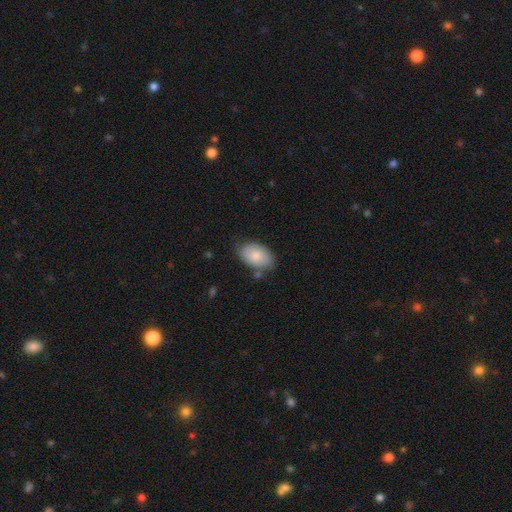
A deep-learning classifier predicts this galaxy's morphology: smooth-or-featured: smooth: 82% | featured or disk: 12% | star or artifact: 6%
  how-rounded: in between: 91% | round: 8% | cigar-shaped: 1%
  merging: none: 72% | minor disturbance: 20% | merger: 4% | major disturbance: 4%